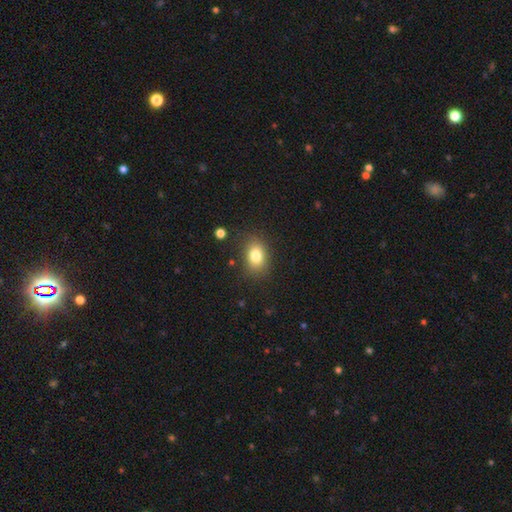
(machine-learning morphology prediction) Smooth or featured: smooth — 80% (star or artifact — 11%)
How rounded: in between — 71% (round — 28%)
Merging: none — 82% (minor disturbance — 12%)